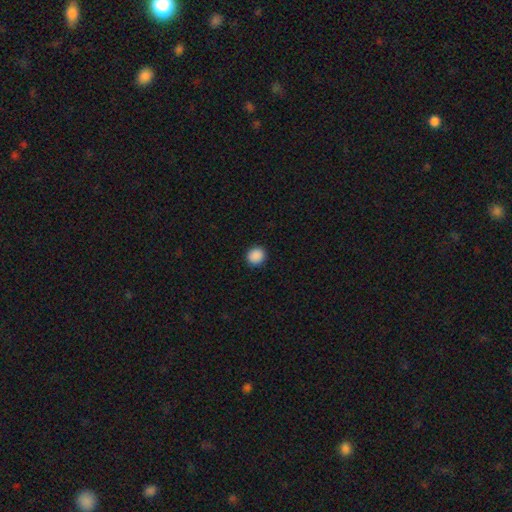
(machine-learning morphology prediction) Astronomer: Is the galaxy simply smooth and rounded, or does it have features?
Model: smooth — 89%.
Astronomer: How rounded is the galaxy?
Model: round — 85%.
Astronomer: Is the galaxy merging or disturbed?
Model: none — 92%.